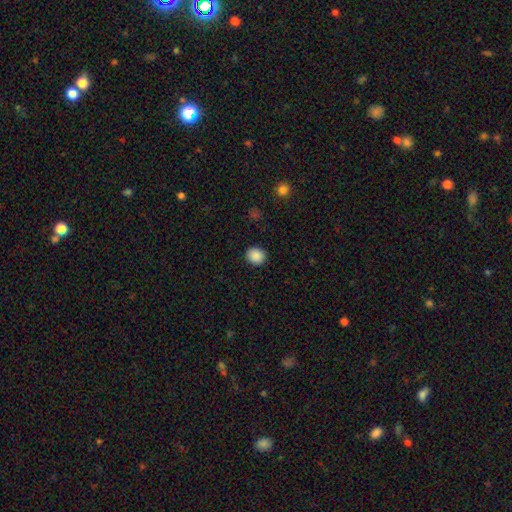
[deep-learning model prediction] smooth_or_featured: smooth (p=0.89) [alt: star or artifact p=0.09]
how_rounded: round (p=0.78) [alt: in between p=0.21]
merging: none (p=0.91) [alt: minor disturbance p=0.06]